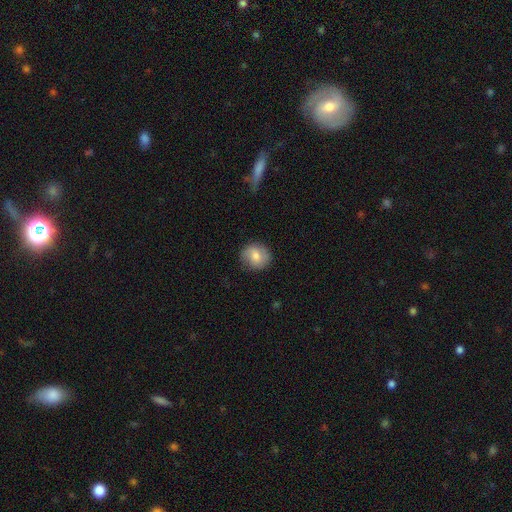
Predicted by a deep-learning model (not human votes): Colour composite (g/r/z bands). It shows a smooth galaxy with no disk features (73%) that is round (85%). Merging: none (83%).